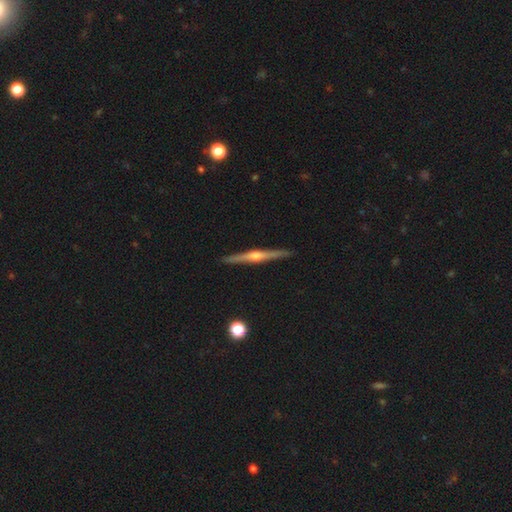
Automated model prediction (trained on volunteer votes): featured or disk 82%, smooth 13%, star or artifact 5%. Down the decision tree: edge-on disk — yes (98%); edge-on bulge — rounded (90%); merging — none (93%).